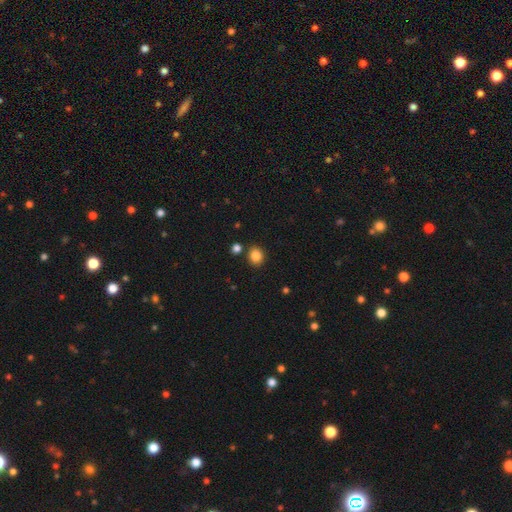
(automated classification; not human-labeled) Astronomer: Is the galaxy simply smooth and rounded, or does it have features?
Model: smooth — 85%.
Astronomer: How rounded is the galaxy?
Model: round — 72%.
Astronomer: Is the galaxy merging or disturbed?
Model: none — 83%.